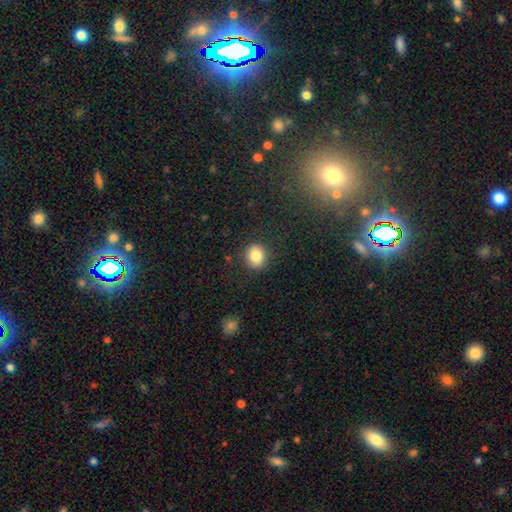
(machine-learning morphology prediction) smooth_or_featured: smooth (p=0.82) [alt: star or artifact p=0.10]
how_rounded: round (p=0.76) [alt: in between p=0.23]
merging: none (p=0.88) [alt: minor disturbance p=0.08]